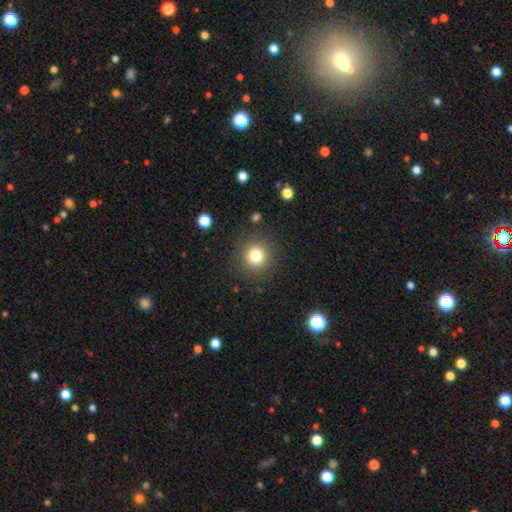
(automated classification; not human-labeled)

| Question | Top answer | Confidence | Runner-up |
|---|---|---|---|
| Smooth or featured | smooth | 79% | star or artifact (13%) |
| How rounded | round | 92% | in between (7%) |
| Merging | none | 88% | minor disturbance (7%) |